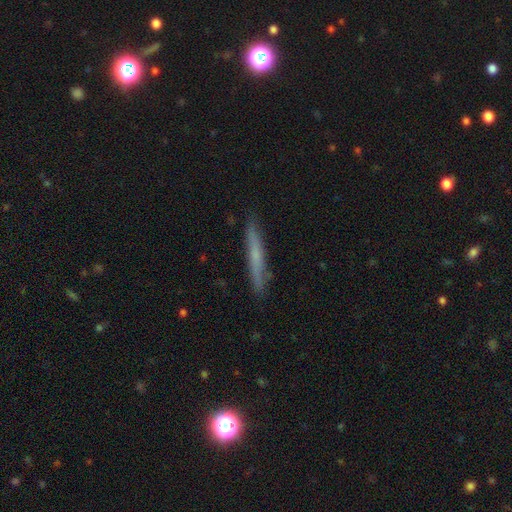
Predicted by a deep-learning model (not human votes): Morphology: type=smooth (49%); merging=none (88%).